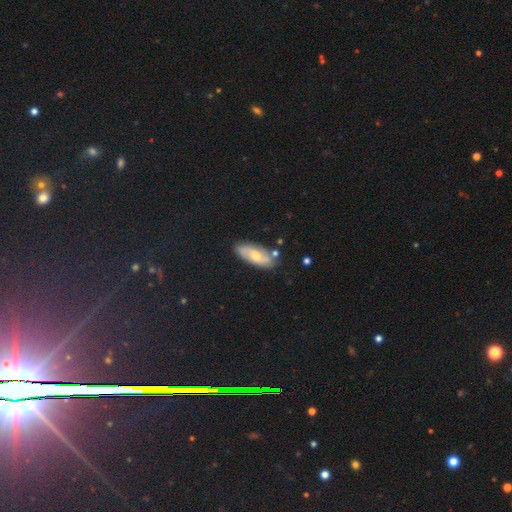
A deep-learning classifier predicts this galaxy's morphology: smooth-or-featured: featured or disk: 49% | smooth: 45% | star or artifact: 7%
  merging: none: 76% | minor disturbance: 15% | merger: 6% | major disturbance: 3%